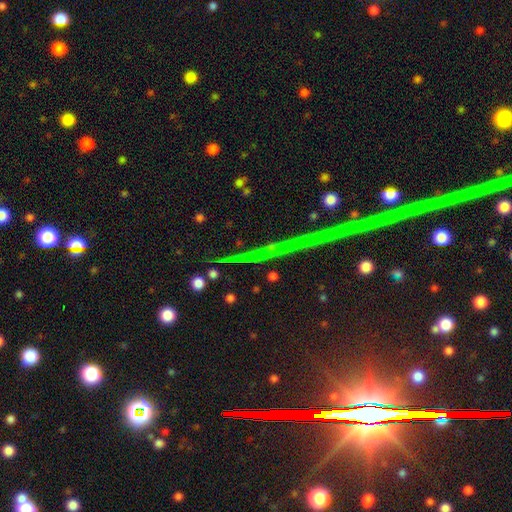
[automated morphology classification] type=star or artifact (83%).